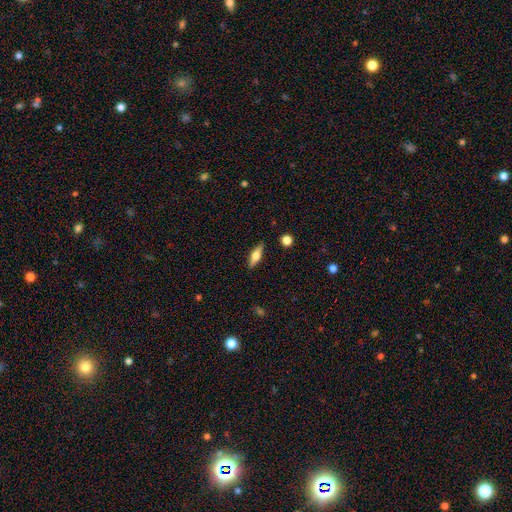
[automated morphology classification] The model was most divided on "smooth or featured": smooth: 48%, featured or disk: 45%, star or artifact: 7%. More confident: merging — none (88%).